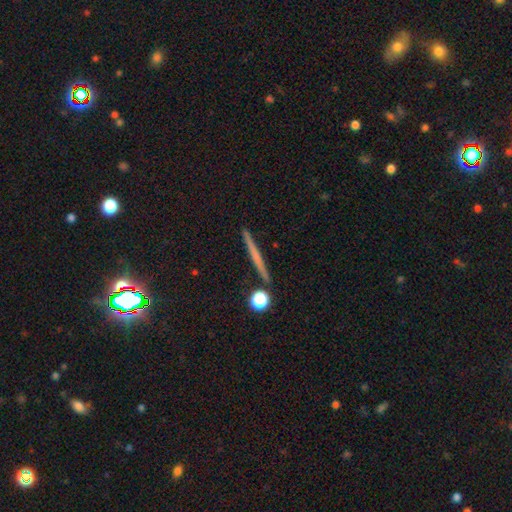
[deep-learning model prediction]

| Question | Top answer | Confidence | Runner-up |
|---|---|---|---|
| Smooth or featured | smooth | 46% | featured or disk (44%) |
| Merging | none | 90% | minor disturbance (6%) |